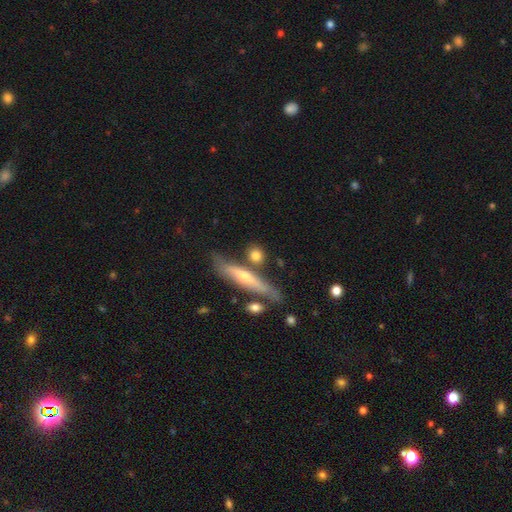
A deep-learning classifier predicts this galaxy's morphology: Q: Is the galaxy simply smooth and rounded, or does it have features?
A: smooth — 69%.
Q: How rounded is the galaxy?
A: round — 43%.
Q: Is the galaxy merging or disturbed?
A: none — 67%.